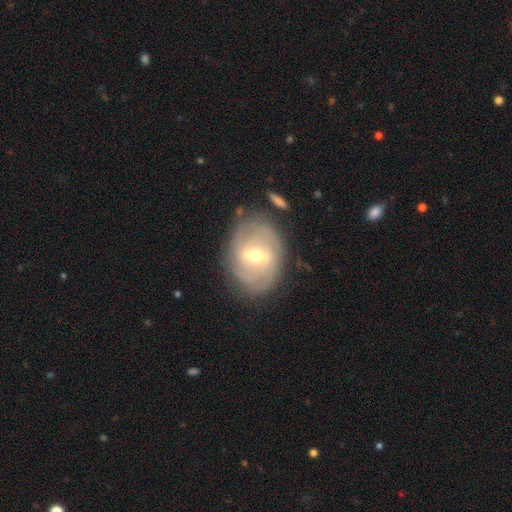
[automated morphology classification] Q: Smooth or featured?
A: featured or disk (77%); runner-up: smooth (16%)
Q: Edge-on disk?
A: no (96%); runner-up: yes (4%)
Q: Bar?
A: weak (55%); runner-up: strong (25%)
Q: Spiral arms?
A: yes (86%); runner-up: no (14%)
Q: Spiral winding?
A: tight (60%); runner-up: medium (30%)
Q: Spiral arm count?
A: can't tell (36%); runner-up: 2 (34%)
Q: Bulge size?
A: moderate (69%); runner-up: small (25%)
Q: Merging?
A: none (74%); runner-up: minor disturbance (17%)